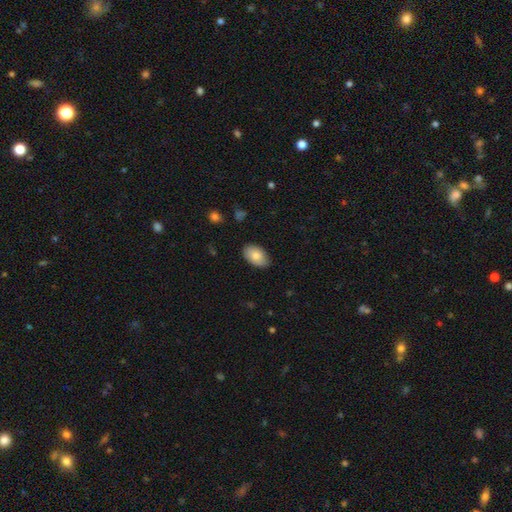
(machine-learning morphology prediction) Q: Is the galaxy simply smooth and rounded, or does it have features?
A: smooth — 82%.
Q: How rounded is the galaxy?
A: in between — 92%.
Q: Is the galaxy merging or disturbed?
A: none — 83%.